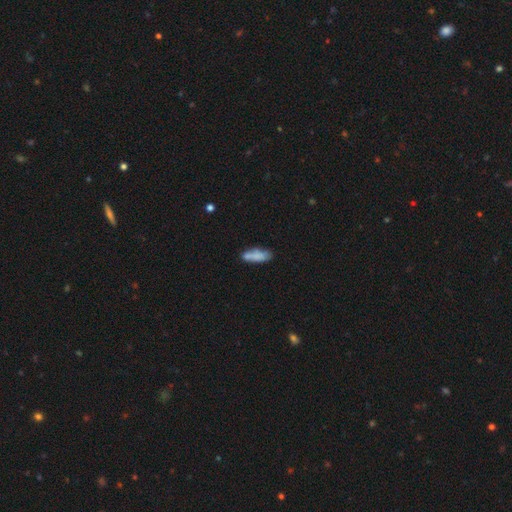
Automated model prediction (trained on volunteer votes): The model was most divided on "how rounded": in between: 56%, cigar-shaped: 42%, round: 2%. More confident: smooth or featured — smooth (74%); merging — none (60%).